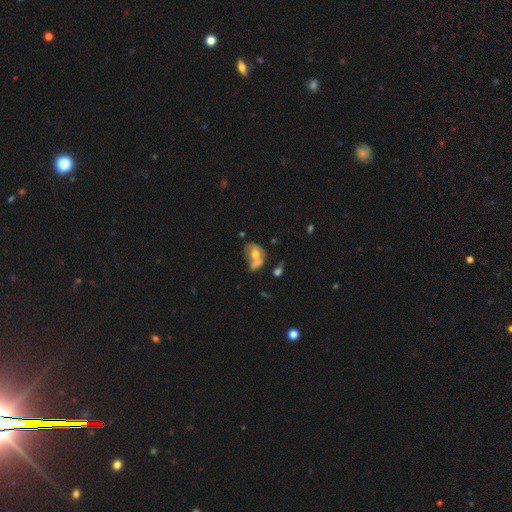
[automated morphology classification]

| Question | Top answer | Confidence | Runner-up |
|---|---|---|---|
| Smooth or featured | smooth | 53% | featured or disk (37%) |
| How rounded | in between | 68% | round (30%) |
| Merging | merger | 52% | none (21%) |